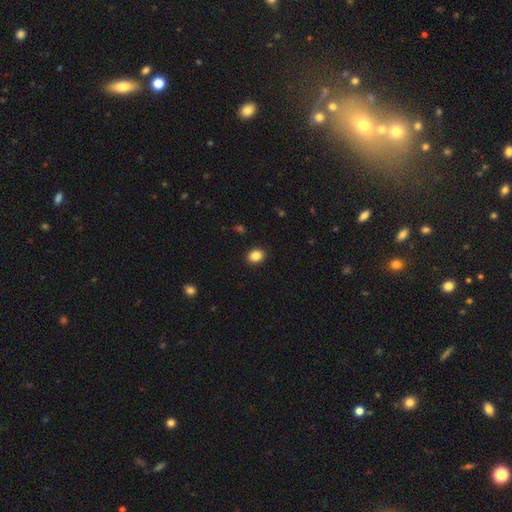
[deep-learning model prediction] This is clearly a smooth galaxy (87%). How rounded: likely in between (60%). Merging: clearly none (91%).